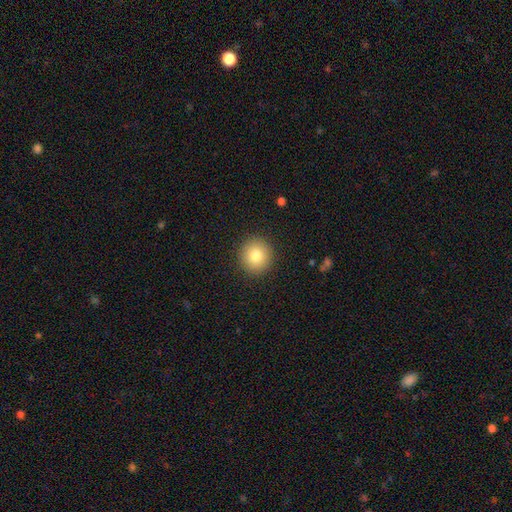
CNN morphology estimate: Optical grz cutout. It shows a smooth galaxy with no disk features (80%) that is round (93%). Merging: none (91%).